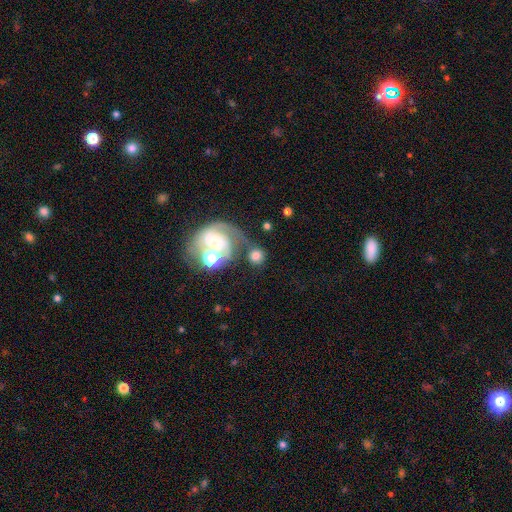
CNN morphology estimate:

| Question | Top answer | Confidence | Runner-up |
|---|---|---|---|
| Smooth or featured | smooth | 62% | featured or disk (27%) |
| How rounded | round | 85% | in between (14%) |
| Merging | none | 55% | merger (22%) |